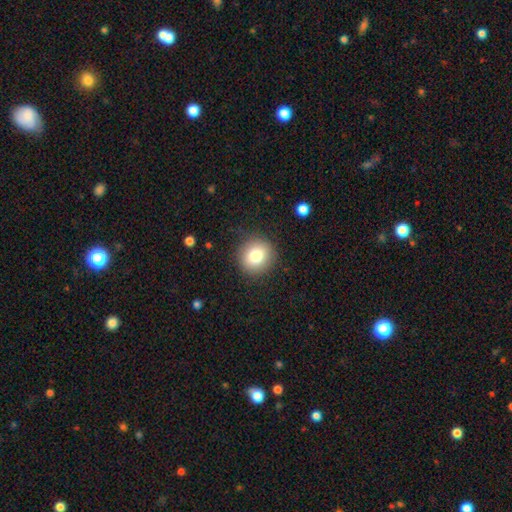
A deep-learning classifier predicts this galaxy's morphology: smooth-or-featured: smooth: 81% | star or artifact: 10% | featured or disk: 9%
  how-rounded: round: 87% | in between: 12% | cigar-shaped: 1%
  merging: none: 89% | minor disturbance: 7% | major disturbance: 3% | merger: 1%